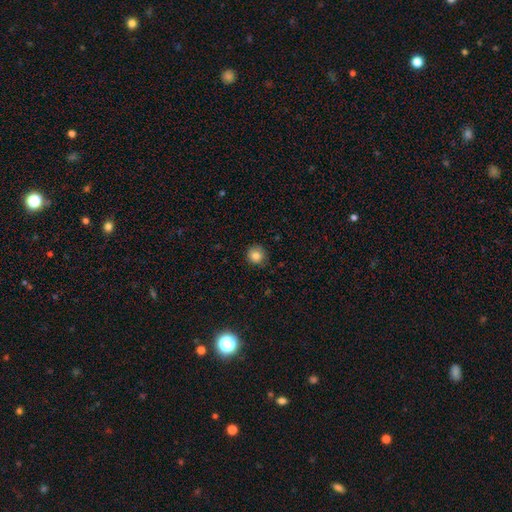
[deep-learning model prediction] smooth-or-featured: smooth: 84% | star or artifact: 11% | featured or disk: 6%
  how-rounded: round: 92% | in between: 7% | cigar-shaped: 1%
  merging: none: 85% | minor disturbance: 12% | major disturbance: 2% | merger: 1%